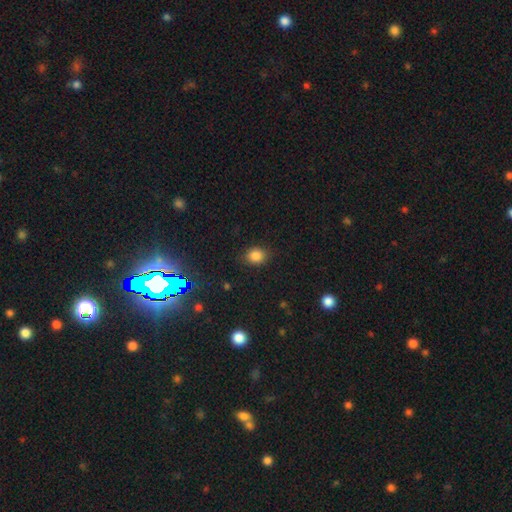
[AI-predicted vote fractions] Smooth or featured? smooth (82%)
How rounded? round (55%)
Merging? none (82%)